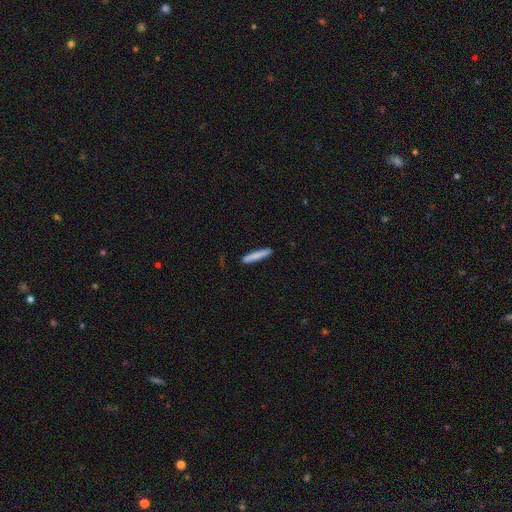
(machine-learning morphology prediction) A smooth galaxy with no disk features (81%) that is cigar-shaped (94%). Merging: none (90%).